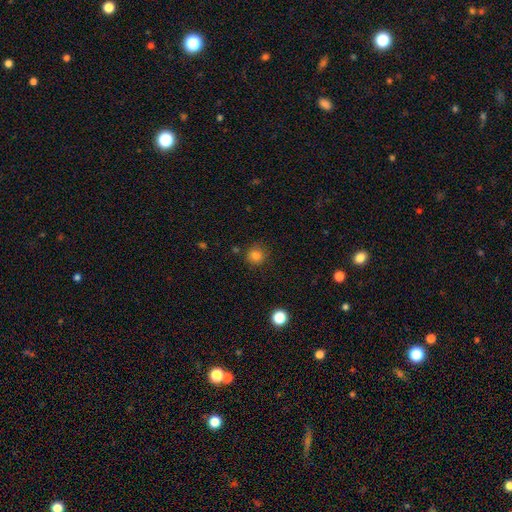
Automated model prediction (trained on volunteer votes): Smooth or featured: smooth — 82% (star or artifact — 13%)
How rounded: round — 89% (in between — 10%)
Merging: none — 84% (minor disturbance — 11%)